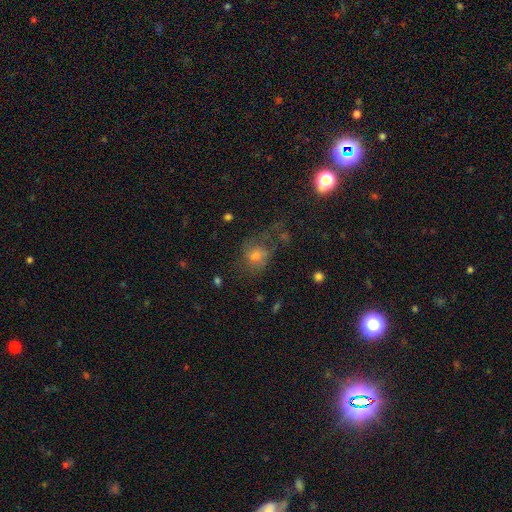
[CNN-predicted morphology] Smooth or featured: smooth — 52% (featured or disk — 28%)
How rounded: round — 63% (in between — 35%)
Merging: none — 45% (major disturbance — 29%)